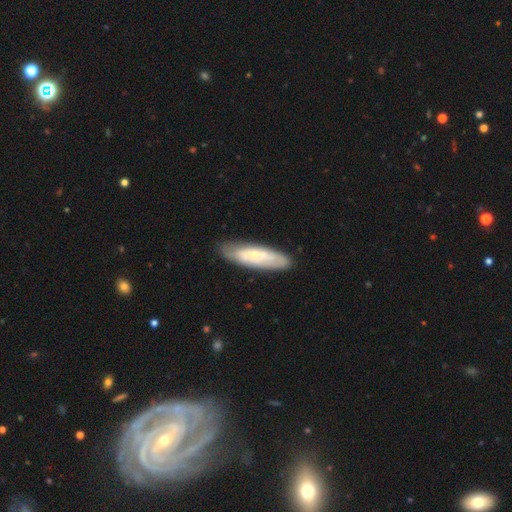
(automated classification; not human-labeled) Smooth or featured? Predicted: smooth (p=0.48). Merging? Predicted: none (p=0.77).